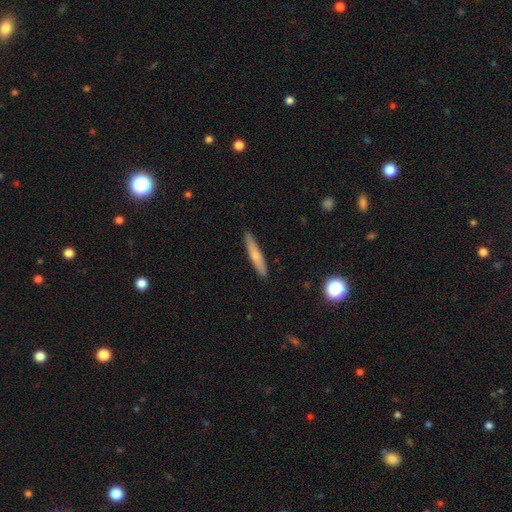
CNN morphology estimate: The model was most divided on "smooth or featured": smooth: 62%, featured or disk: 32%, star or artifact: 7%. More confident: how rounded — cigar-shaped (92%); merging — none (89%).